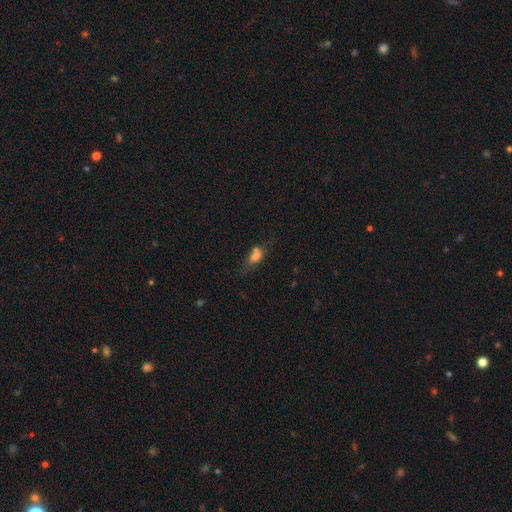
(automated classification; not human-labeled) Smooth or featured? Predicted: smooth (p=0.66). How rounded? Predicted: in between (p=0.72). Merging? Predicted: none (p=0.40).